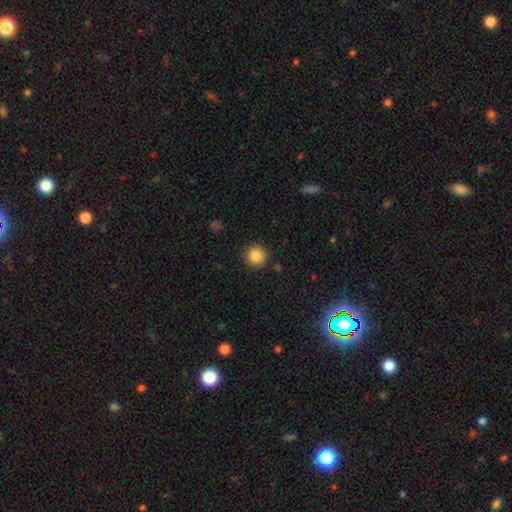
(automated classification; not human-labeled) A smooth galaxy with no disk features (87%) that is round (95%).

Vote fractions:
- Smooth or featured? smooth: 87% / star or artifact: 9% / featured or disk: 4%
- How rounded? round: 95% / in between: 4% / cigar-shaped: 1%
- Merging? none: 90% / minor disturbance: 6% / major disturbance: 2% / merger: 1%